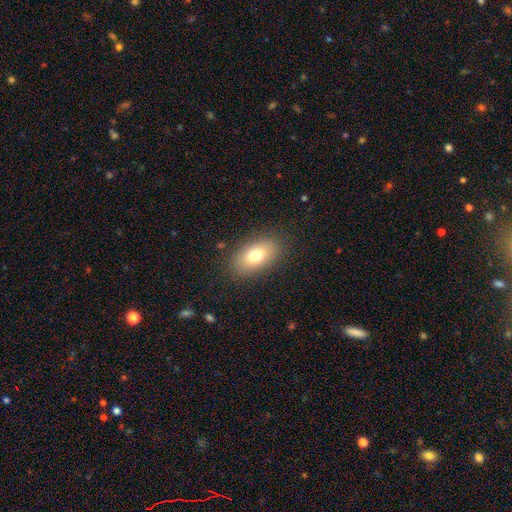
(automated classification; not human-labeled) Smooth or featured: smooth — 76% (featured or disk — 15%)
How rounded: in between — 89% (round — 8%)
Merging: none — 85% (minor disturbance — 10%)